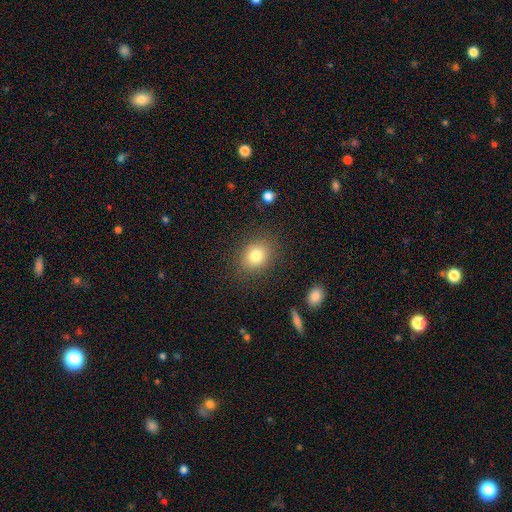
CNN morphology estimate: The model was most divided on "how rounded": round: 55%, in between: 44%, cigar-shaped: 1%. More confident: merging — none (84%); smooth or featured — smooth (80%).